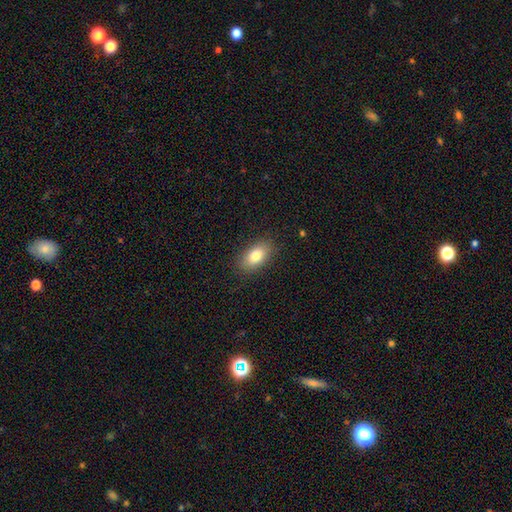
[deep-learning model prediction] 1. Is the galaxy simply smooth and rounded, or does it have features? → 81% smooth, 11% featured or disk, 8% star or artifact.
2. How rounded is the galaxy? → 91% in between, 6% round, 4% cigar-shaped.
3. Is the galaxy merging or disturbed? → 86% none, 10% minor disturbance, 3% major disturbance, 1% merger.